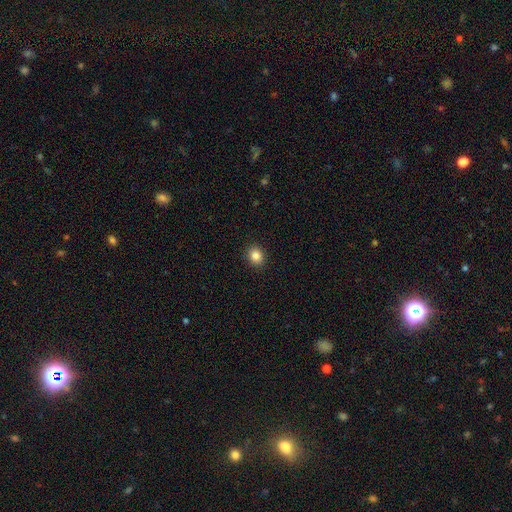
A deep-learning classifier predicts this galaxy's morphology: Smooth or featured? smooth (85%)
How rounded? round (70%)
Merging? none (91%)